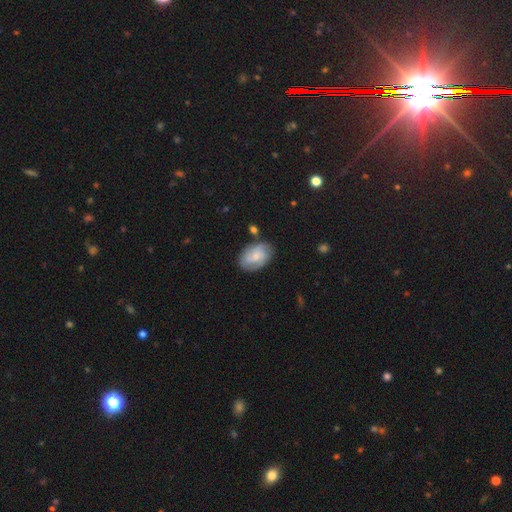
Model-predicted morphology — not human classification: Smooth or featured?
  - featured or disk: 49% *
  - smooth: 44%
  - star or artifact: 7%
Merging?
  - none: 71% *
  - minor disturbance: 19%
  - major disturbance: 5%
  - merger: 4%